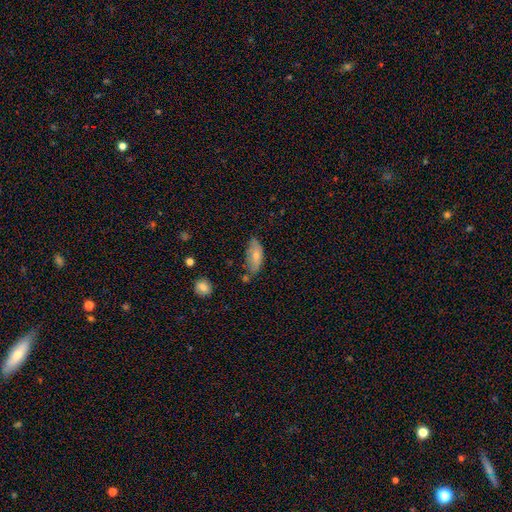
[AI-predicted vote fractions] Smooth or featured? Predicted: smooth (p=0.69). How rounded? Predicted: in between (p=0.86). Merging? Predicted: none (p=0.52).